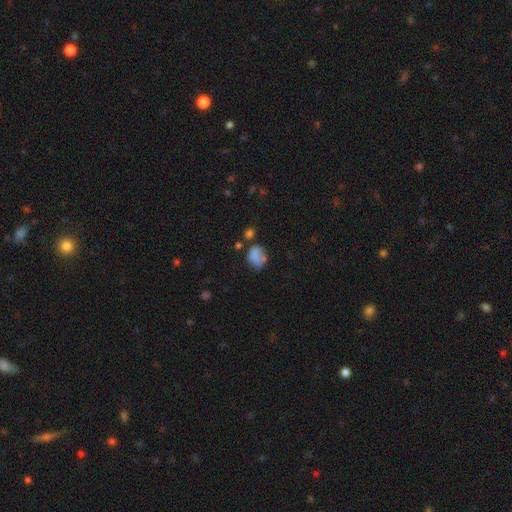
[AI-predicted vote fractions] The model was most divided on "merging": none: 47%, minor disturbance: 27%, merger: 14%, major disturbance: 13%. More confident: smooth or featured — smooth (77%); how rounded — in between (63%).